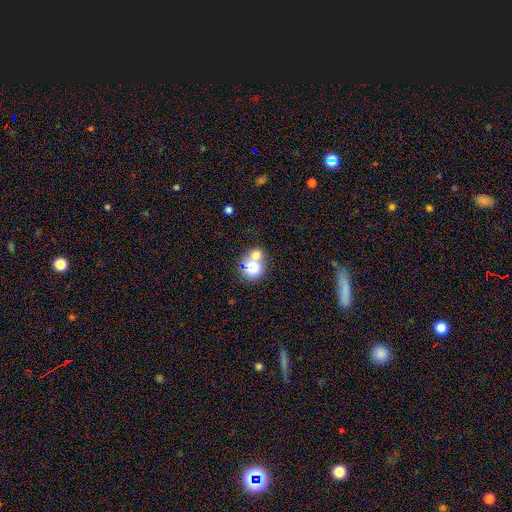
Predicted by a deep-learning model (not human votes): Smooth or featured: smooth — 71% (featured or disk — 18%)
How rounded: round — 75% (in between — 24%)
Merging: merger — 55% (none — 34%)